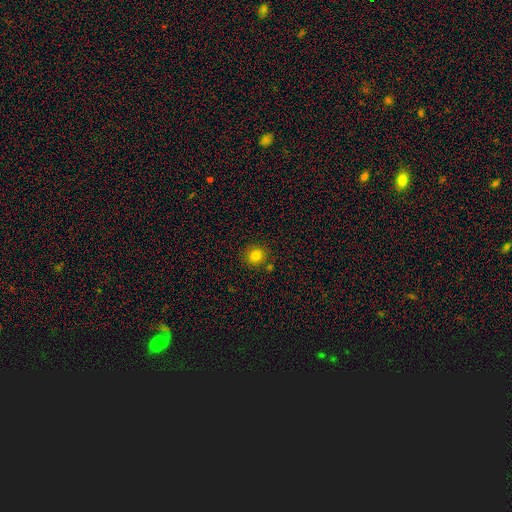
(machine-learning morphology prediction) Smooth or featured: smooth — 81% (star or artifact — 13%)
How rounded: round — 87% (in between — 12%)
Merging: none — 85% (minor disturbance — 8%)